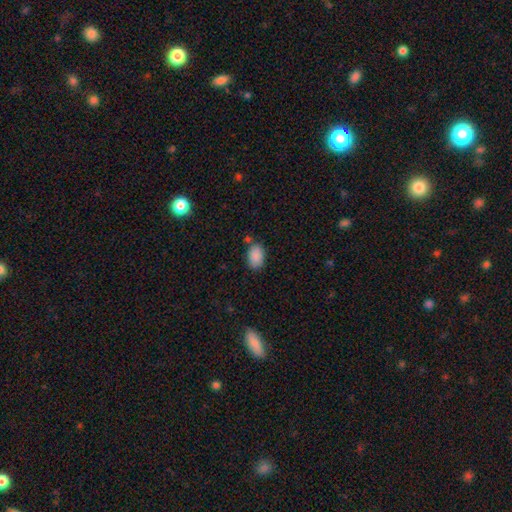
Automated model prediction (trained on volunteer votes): Smooth or featured: smooth — 88% (star or artifact — 8%)
How rounded: in between — 86% (round — 13%)
Merging: none — 74% (minor disturbance — 16%)